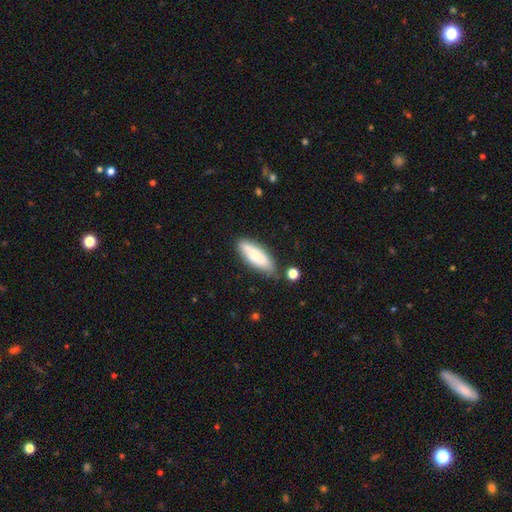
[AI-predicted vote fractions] This appears to be a smooth galaxy with no disk features (78%) that is in between round and cigar-shaped (60%). Merging: none (70%).